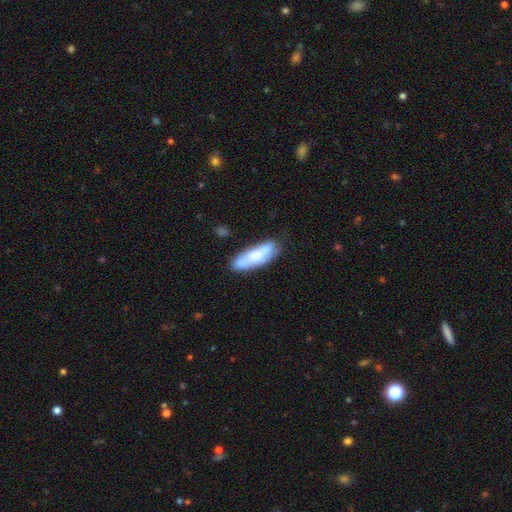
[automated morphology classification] Smooth or featured?
  - smooth: 57% *
  - featured or disk: 37%
  - star or artifact: 6%
How rounded?
  - in between: 55% *
  - cigar-shaped: 42%
  - round: 2%
Merging?
  - none: 72% *
  - minor disturbance: 19%
  - major disturbance: 4%
  - merger: 4%